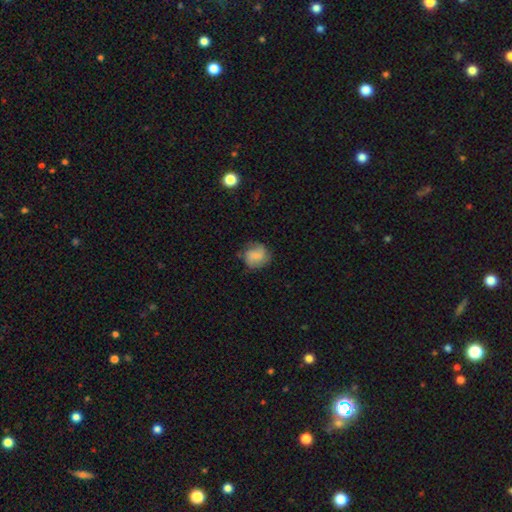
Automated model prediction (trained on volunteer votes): A smooth galaxy with no disk features (61%) that is round (79%). Merging: none (66%).